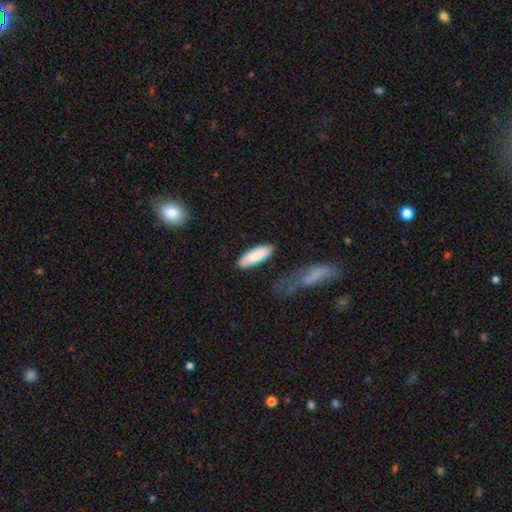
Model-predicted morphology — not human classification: Smooth or featured: smooth — 83% (featured or disk — 12%)
How rounded: in between — 66% (cigar-shaped — 32%)
Merging: none — 80% (minor disturbance — 13%)